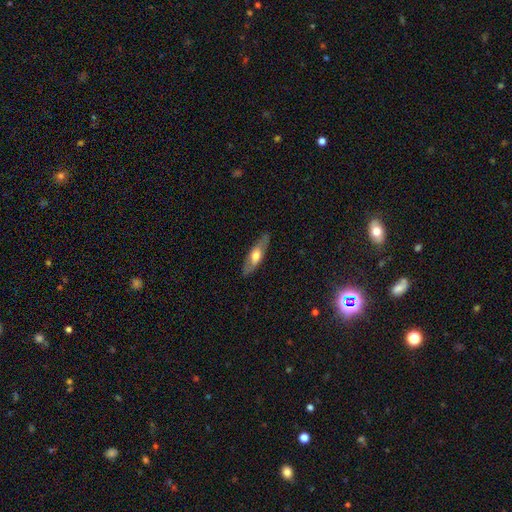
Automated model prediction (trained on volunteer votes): featured or disk 49%, smooth 46%, star or artifact 6%. Down the decision tree: merging — none (84%).